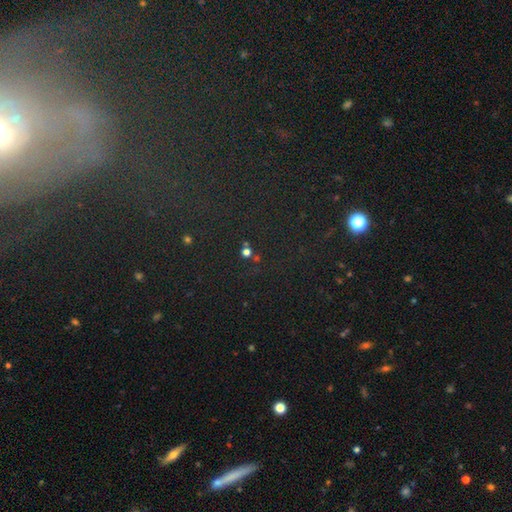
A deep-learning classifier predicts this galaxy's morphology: This appears to be a star or artifact, not a galaxy (63%).